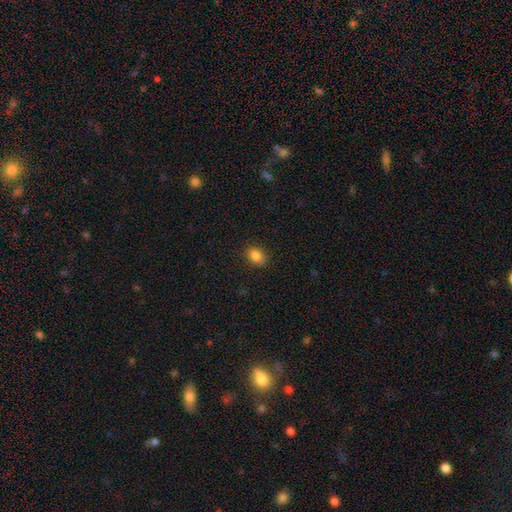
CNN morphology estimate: This is clearly a smooth galaxy (84%). How rounded: likely in between (74%). Merging: clearly none (84%).